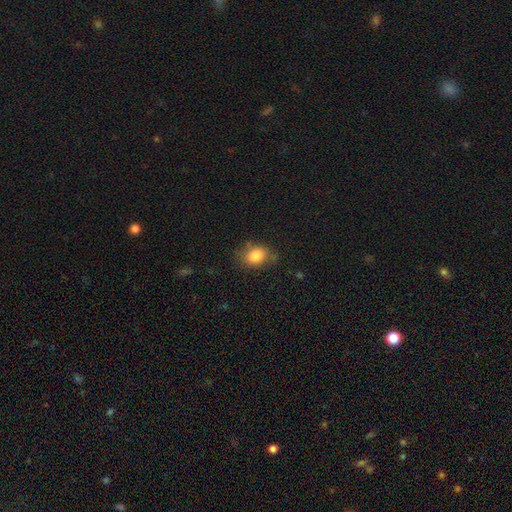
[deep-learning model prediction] Overall: smooth (83%). How rounded: in between (64%; round 35%). Merging: none (73%).